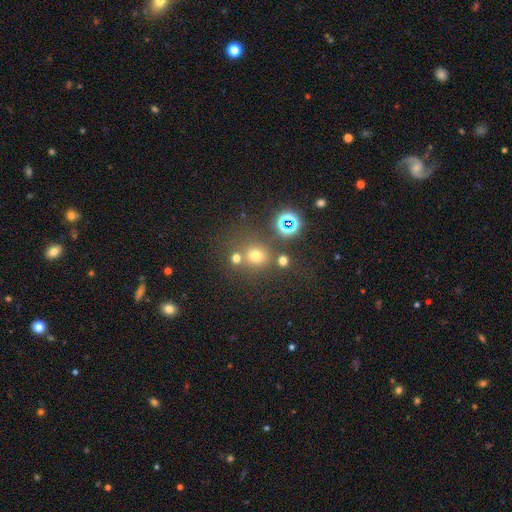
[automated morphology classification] A smooth galaxy with no disk features (64%) that is round (85%). Merging: none (69%).